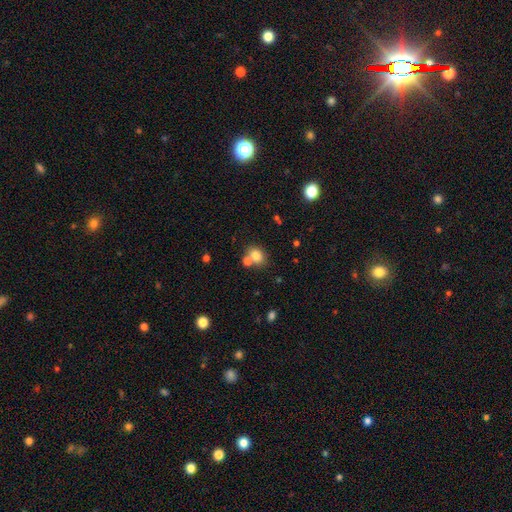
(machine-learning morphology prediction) smooth_or_featured: smooth (p=0.79) [alt: star or artifact p=0.11]
how_rounded: in between (p=0.57) [alt: round p=0.42]
merging: none (p=0.58) [alt: merger p=0.28]